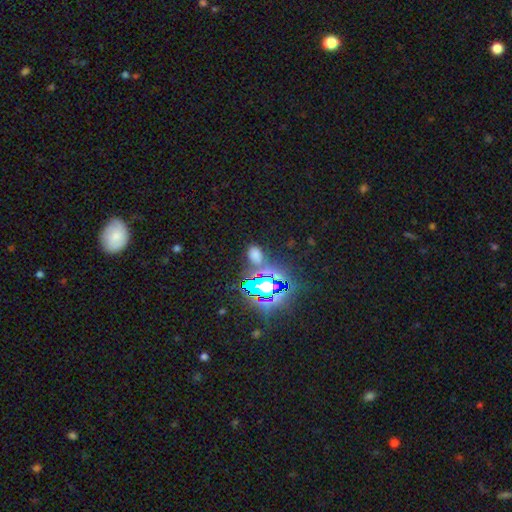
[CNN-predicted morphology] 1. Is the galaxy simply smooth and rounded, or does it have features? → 52% smooth, 40% star or artifact, 7% featured or disk.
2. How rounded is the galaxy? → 74% in between, 24% round, 3% cigar-shaped.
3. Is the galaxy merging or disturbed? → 74% none, 13% minor disturbance, 8% merger, 6% major disturbance.